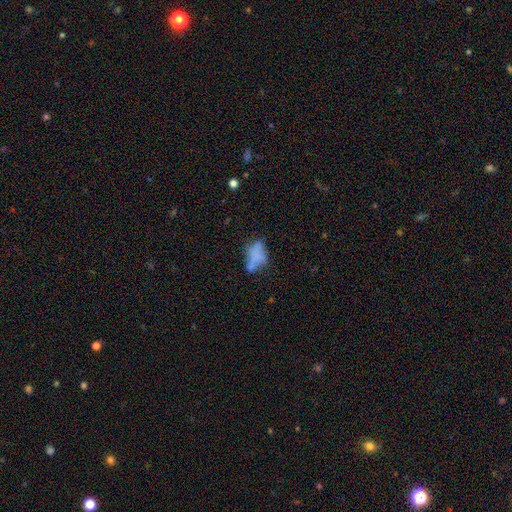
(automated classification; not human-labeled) Smooth or featured?
  - smooth: 60% *
  - featured or disk: 27%
  - star or artifact: 13%
How rounded?
  - in between: 82% *
  - round: 11%
  - cigar-shaped: 6%
Merging?
  - none: 37% *
  - minor disturbance: 25%
  - major disturbance: 22%
  - merger: 16%